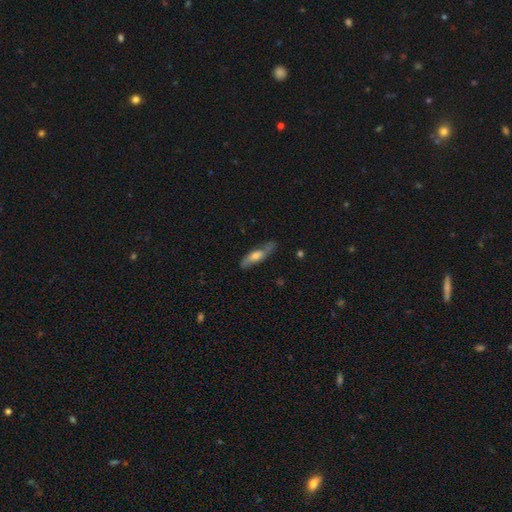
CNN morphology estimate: type=smooth (50%); merging=none (68%).